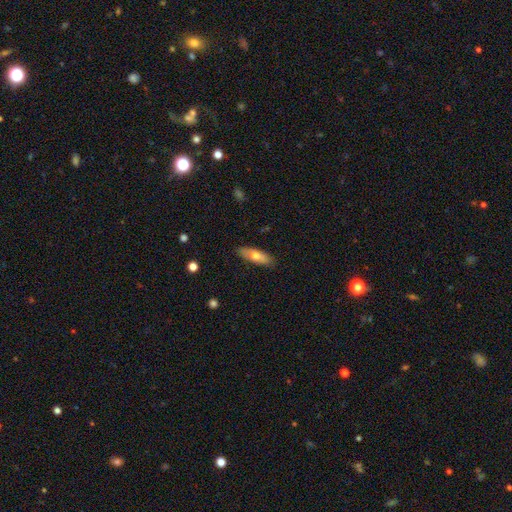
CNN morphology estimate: Smooth or featured? Predicted: smooth (p=0.65). How rounded? Predicted: in between (p=0.58). Merging? Predicted: none (p=0.87).